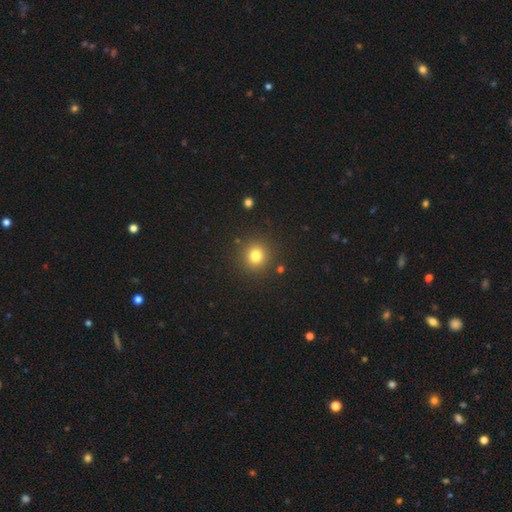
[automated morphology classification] type=smooth (79%); roundness=round (92%); merging=none (89%).